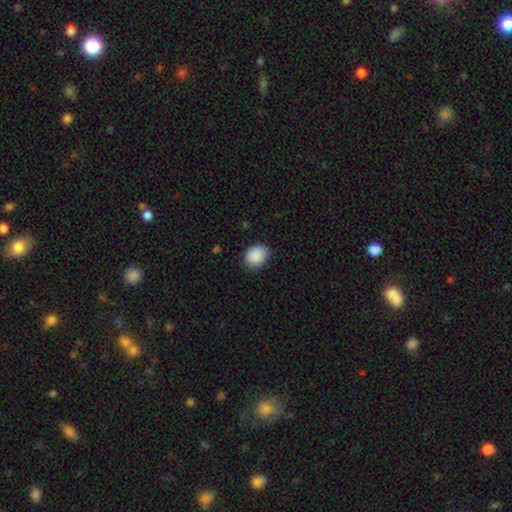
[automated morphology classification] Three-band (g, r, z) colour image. It shows a smooth galaxy with no disk features (90%) that is round (50%). Merging: none (82%).